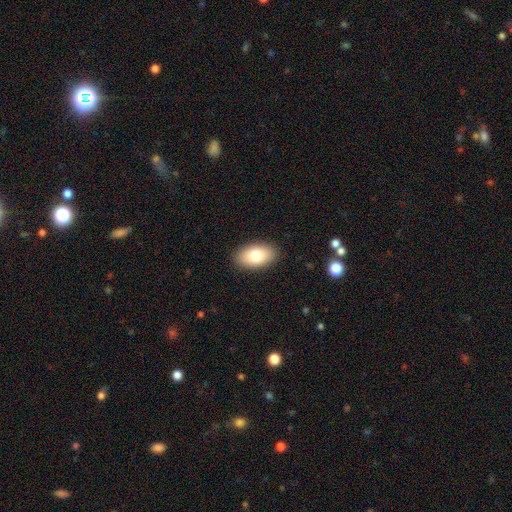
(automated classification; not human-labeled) Smooth or featured? smooth (78%)
How rounded? in between (92%)
Merging? none (89%)